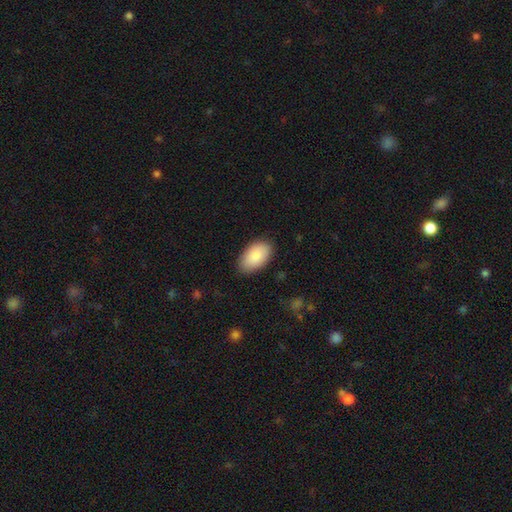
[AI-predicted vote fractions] This is clearly a smooth galaxy (88%). How rounded: clearly in between (95%). Merging: clearly none (86%).